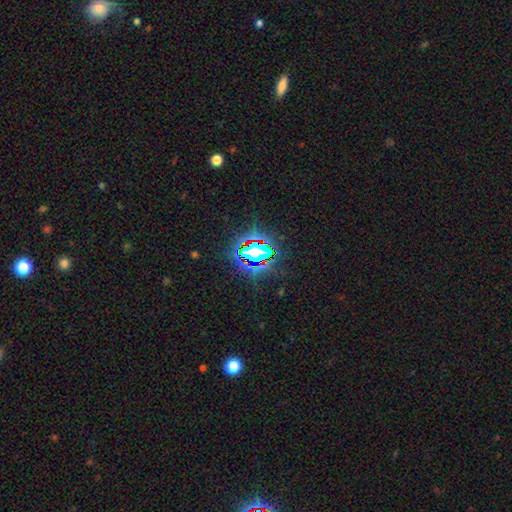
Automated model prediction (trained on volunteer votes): Q: Smooth or featured?
A: star or artifact (81%); runner-up: smooth (12%)